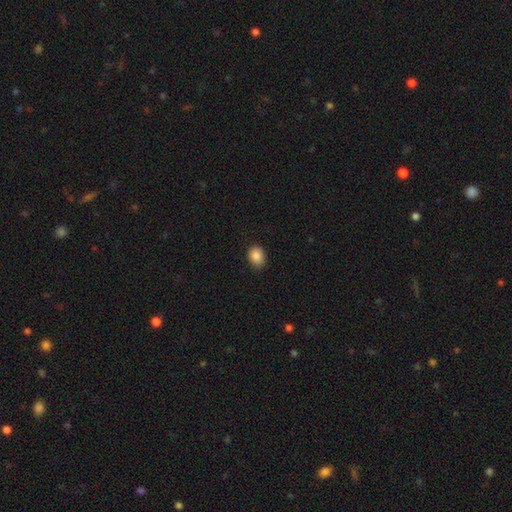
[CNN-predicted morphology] Smooth or featured?
  - smooth: 86% *
  - star or artifact: 9%
  - featured or disk: 5%
How rounded?
  - in between: 58% *
  - round: 41%
  - cigar-shaped: 1%
Merging?
  - none: 83% *
  - minor disturbance: 14%
  - major disturbance: 2%
  - merger: 1%